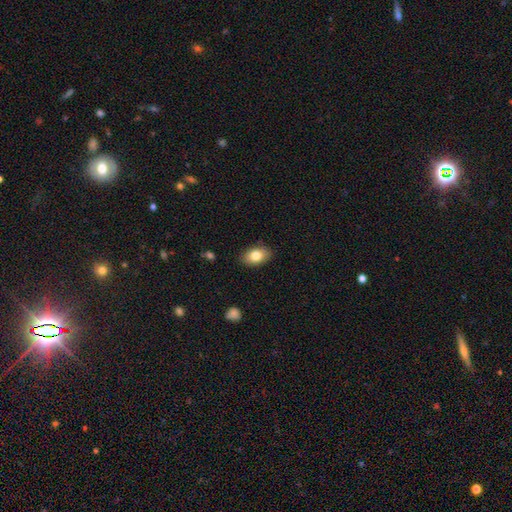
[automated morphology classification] Smooth or featured: smooth — 81% (featured or disk — 11%)
How rounded: in between — 88% (round — 10%)
Merging: none — 87% (minor disturbance — 10%)